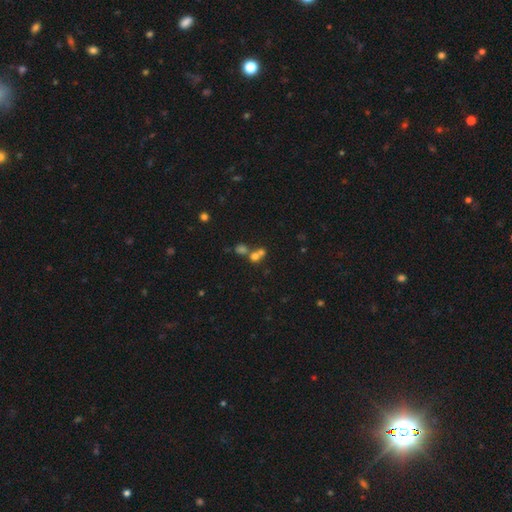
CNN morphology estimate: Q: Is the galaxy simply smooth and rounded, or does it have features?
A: smooth — 60%.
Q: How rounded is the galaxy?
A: round — 75%.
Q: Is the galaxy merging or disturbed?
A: merger — 56%.